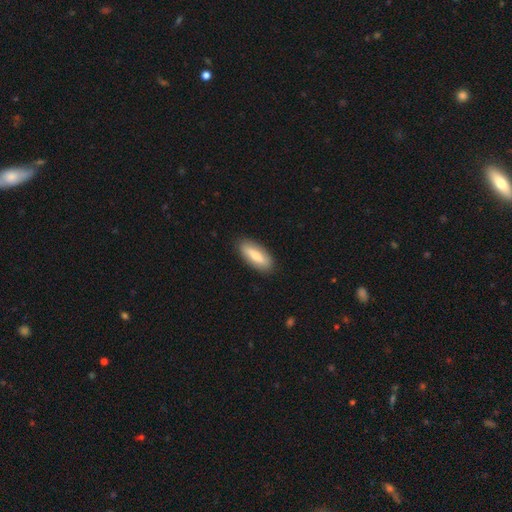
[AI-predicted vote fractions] Smooth or featured? smooth (68%)
How rounded? in between (70%)
Merging? none (88%)